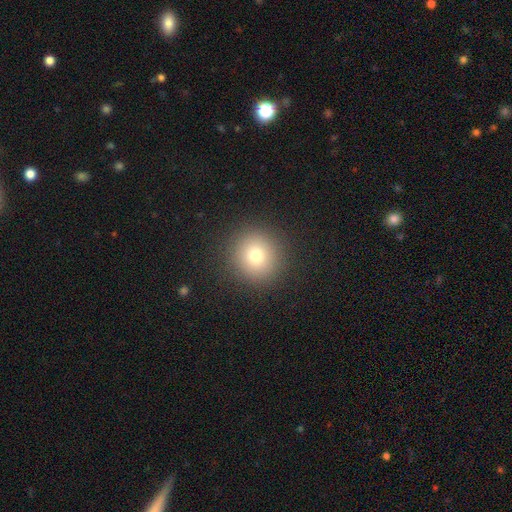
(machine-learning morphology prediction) type=smooth (76%); roundness=round (94%); merging=none (92%).